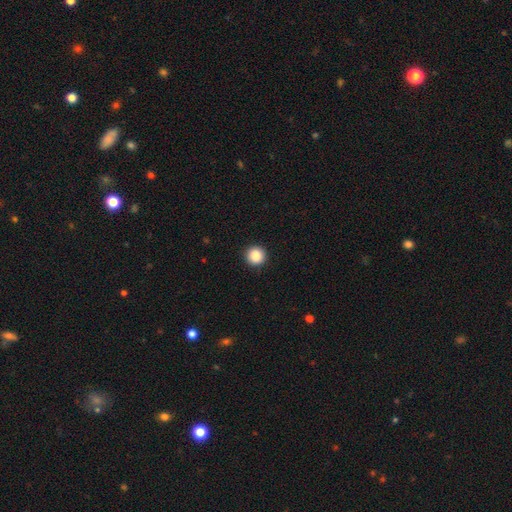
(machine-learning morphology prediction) smooth-or-featured: smooth: 88% | star or artifact: 9% | featured or disk: 3%
  how-rounded: round: 95% | in between: 4% | cigar-shaped: 1%
  merging: none: 93% | minor disturbance: 5% | major disturbance: 1% | merger: 1%